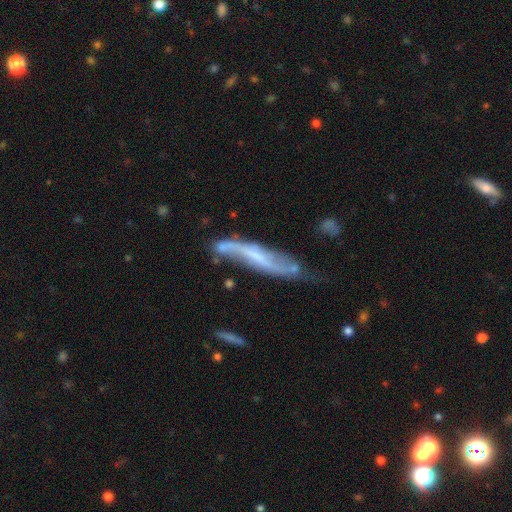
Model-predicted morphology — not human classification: The model was most divided on "edge-on disk": no: 56%, yes: 44%. Remaining: smooth or featured — featured or disk (70%); merging — none (45%).